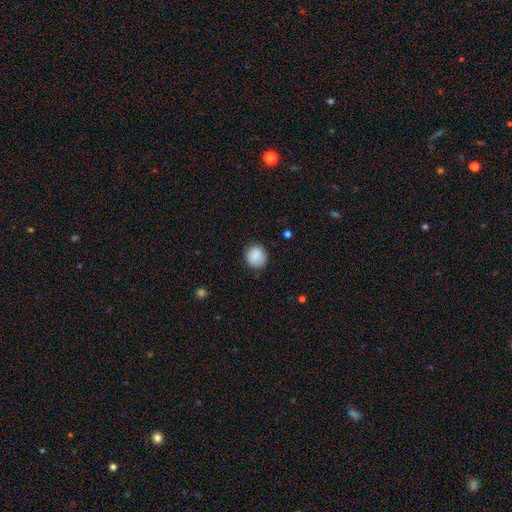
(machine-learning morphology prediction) smooth 88%, star or artifact 8%, featured or disk 5%. Down the decision tree: how rounded — round (84%); merging — none (84%).